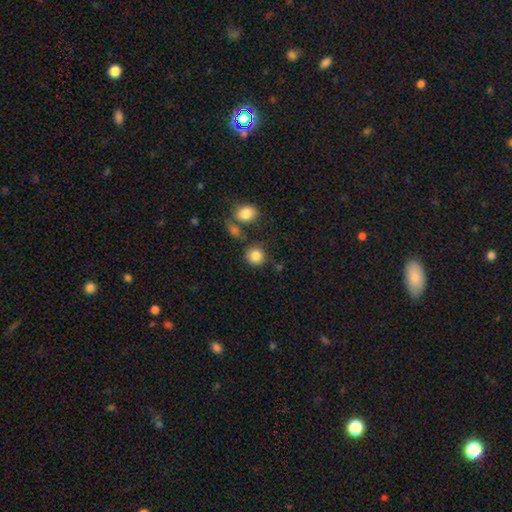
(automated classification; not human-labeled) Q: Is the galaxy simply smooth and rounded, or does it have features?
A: smooth — 85%.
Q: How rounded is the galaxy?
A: round — 88%.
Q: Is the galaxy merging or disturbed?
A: none — 75%.